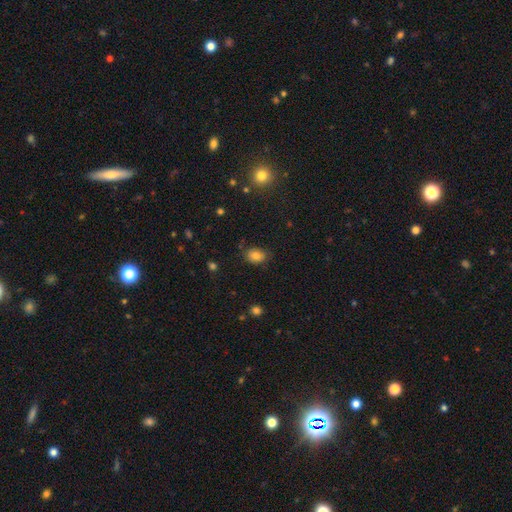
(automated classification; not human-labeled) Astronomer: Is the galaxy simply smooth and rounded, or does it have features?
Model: smooth — 81%.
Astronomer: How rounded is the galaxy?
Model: in between — 65%.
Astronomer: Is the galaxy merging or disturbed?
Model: none — 76%.